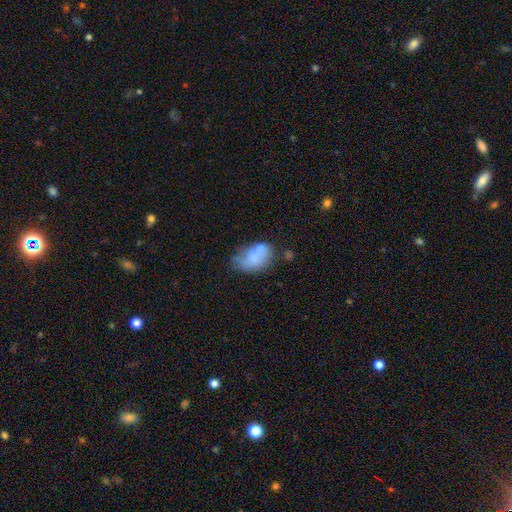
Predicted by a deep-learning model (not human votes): Morphology: type=smooth (68%); roundness=in between (88%); merging=none (36%).